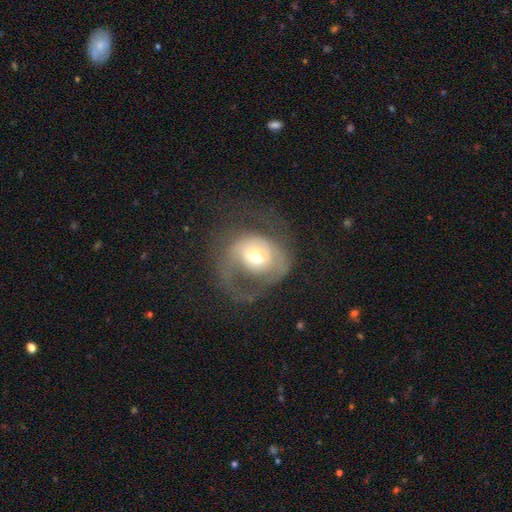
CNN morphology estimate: smooth_or_featured: featured or disk (p=0.59) [alt: smooth p=0.33]
disk_edge_on: no (p=0.96) [alt: yes p=0.04]
bar: no (p=0.67) [alt: weak p=0.26]
has_spiral_arms: yes (p=0.64) [alt: no p=0.36]
bulge_size: moderate (p=0.59) [alt: small p=0.26]
merging: major disturbance (p=0.47) [alt: none p=0.32]